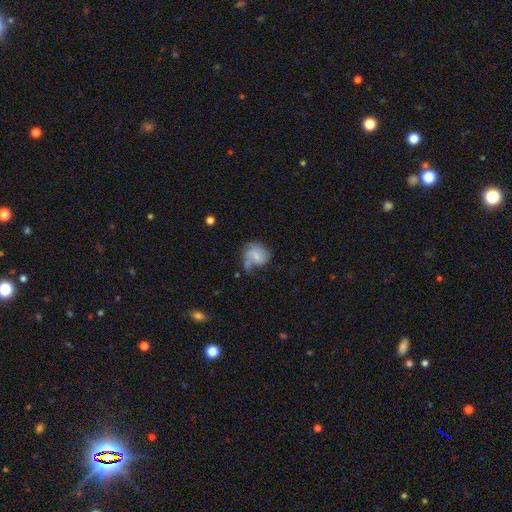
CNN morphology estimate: Overall: smooth (48%; featured or disk 44%). Merging: none (36%; minor disturbance 28%).